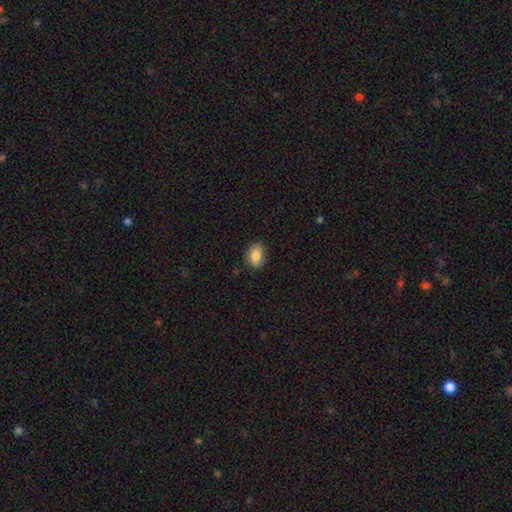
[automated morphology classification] Smooth or featured? smooth (85%)
How rounded? in between (81%)
Merging? none (85%)